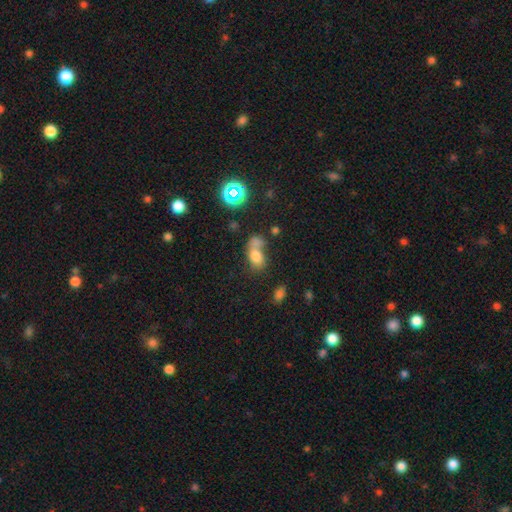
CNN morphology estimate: A smooth galaxy with no disk features (73%) that is in between round and cigar-shaped (76%).

Vote fractions:
- Smooth or featured? smooth: 73% / star or artifact: 15% / featured or disk: 12%
- How rounded? in between: 76% / round: 22% / cigar-shaped: 2%
- Merging? merger: 51% / none: 29% / minor disturbance: 12% / major disturbance: 9%